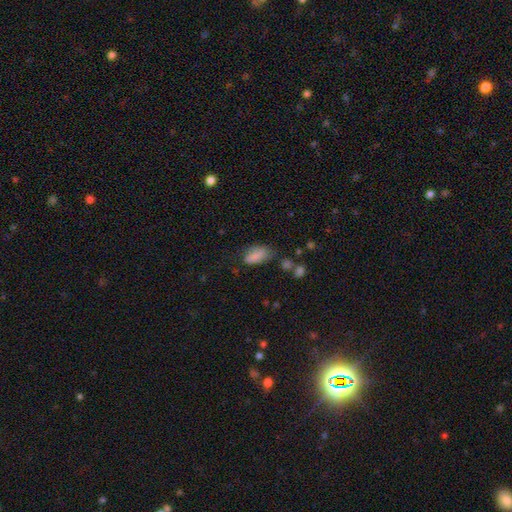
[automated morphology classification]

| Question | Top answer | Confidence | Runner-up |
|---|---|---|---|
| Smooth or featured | smooth | 83% | star or artifact (9%) |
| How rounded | in between | 89% | cigar-shaped (8%) |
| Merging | none | 51% | minor disturbance (30%) |